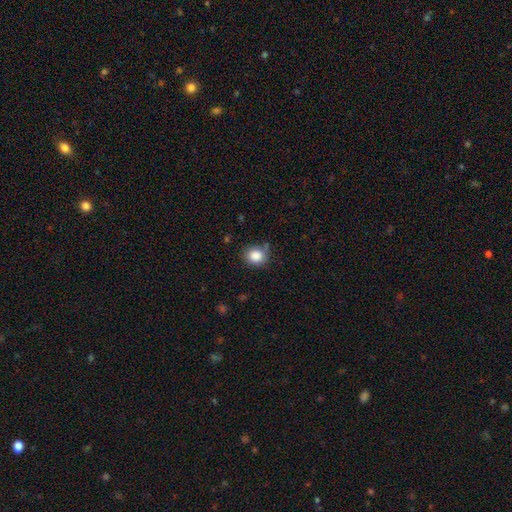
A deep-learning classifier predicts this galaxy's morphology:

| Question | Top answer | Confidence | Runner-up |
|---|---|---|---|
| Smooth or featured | smooth | 85% | star or artifact (10%) |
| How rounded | round | 76% | in between (23%) |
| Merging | none | 69% | minor disturbance (21%) |